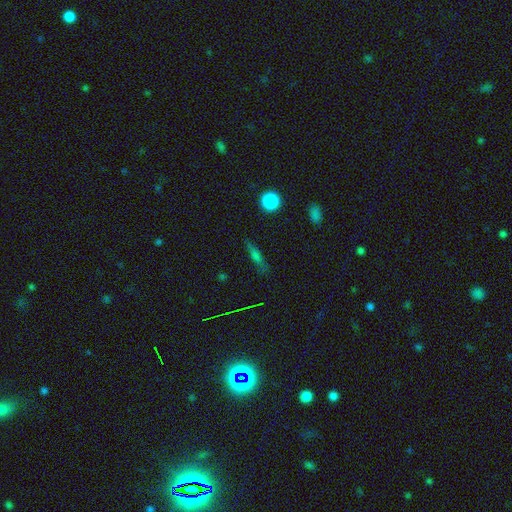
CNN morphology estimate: Overall: smooth (43%; featured or disk 34%). Merging: none (82%).